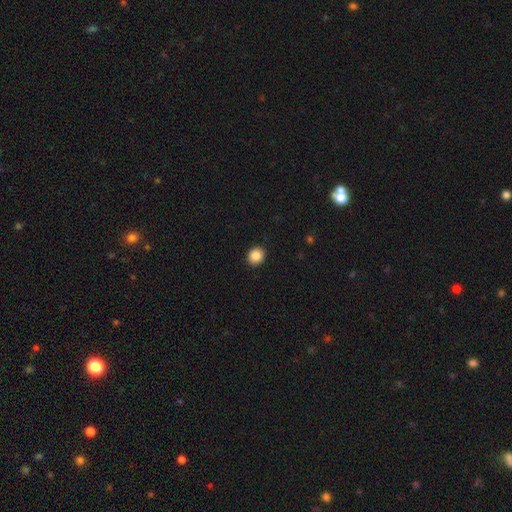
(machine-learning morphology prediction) Smooth or featured: smooth — 88% (star or artifact — 9%)
How rounded: round — 78% (in between — 21%)
Merging: none — 92% (minor disturbance — 6%)